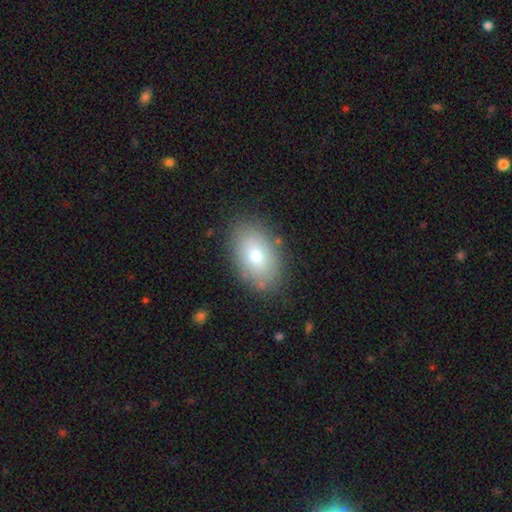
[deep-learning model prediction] smooth-or-featured: smooth: 73% | featured or disk: 18% | star or artifact: 9%
  how-rounded: in between: 88% | round: 11% | cigar-shaped: 1%
  merging: none: 83% | minor disturbance: 12% | major disturbance: 3% | merger: 2%